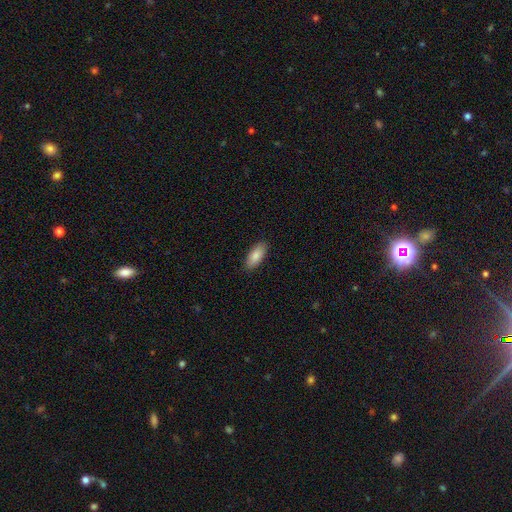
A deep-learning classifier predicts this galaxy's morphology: Overall: smooth (85%). How rounded: in between (85%). Merging: none (89%).